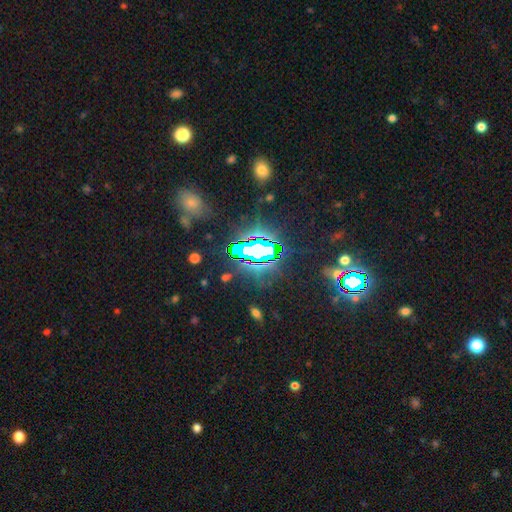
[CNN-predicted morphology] star or artifact 82%, smooth 10%, featured or disk 8%.